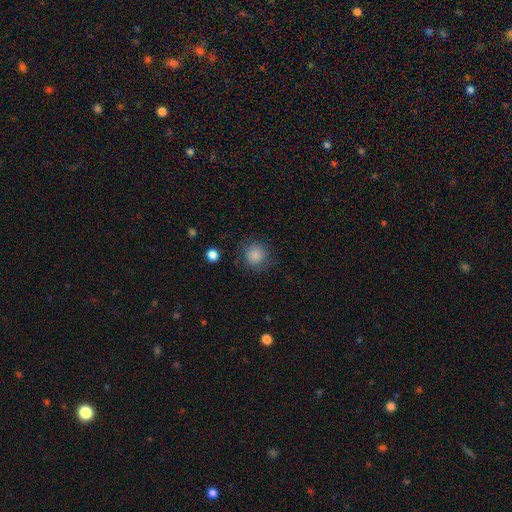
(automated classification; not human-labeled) The model was most divided on "merging": none: 81%, minor disturbance: 12%, major disturbance: 5%, merger: 1%. More confident: how rounded — round (92%); smooth or featured — smooth (85%).